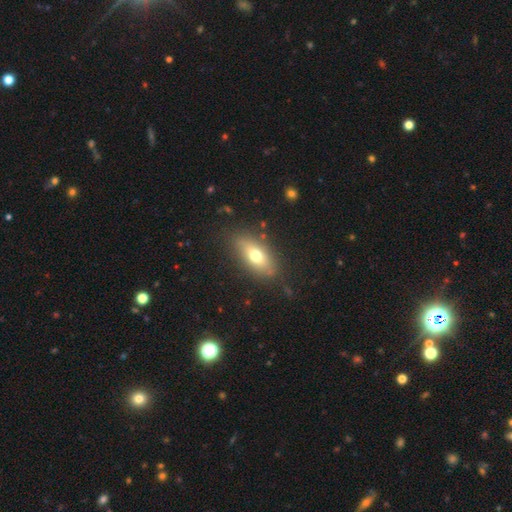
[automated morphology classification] smooth-or-featured: smooth: 67% | featured or disk: 24% | star or artifact: 9%
  how-rounded: in between: 80% | cigar-shaped: 14% | round: 6%
  merging: none: 82% | minor disturbance: 13% | major disturbance: 4% | merger: 2%